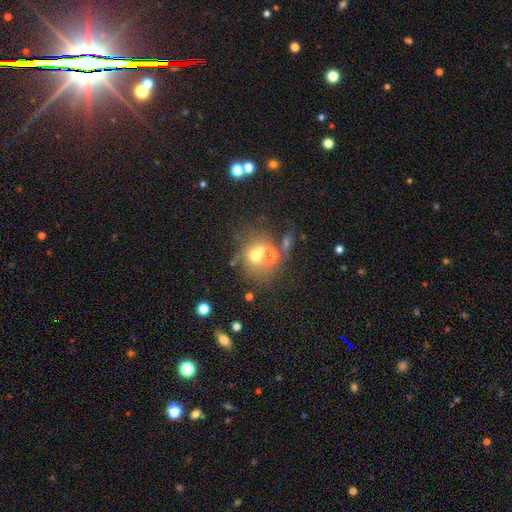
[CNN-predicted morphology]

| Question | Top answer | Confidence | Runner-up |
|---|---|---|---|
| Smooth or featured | smooth | 54% | featured or disk (25%) |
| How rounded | round | 75% | in between (24%) |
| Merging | merger | 45% | none (39%) |